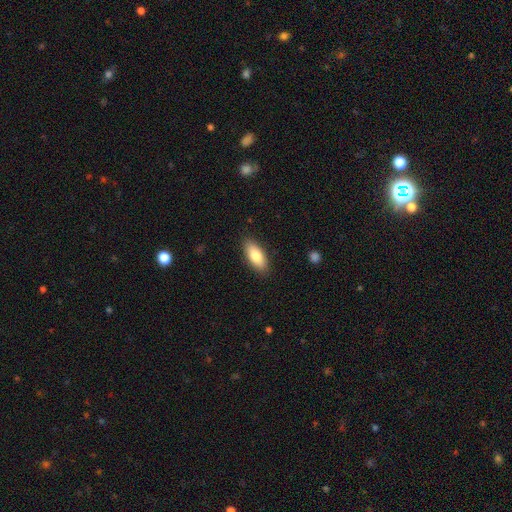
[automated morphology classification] Smooth or featured? smooth (80%)
How rounded? in between (84%)
Merging? none (88%)